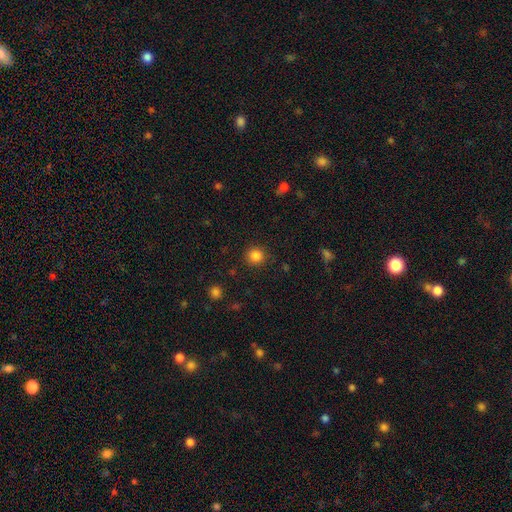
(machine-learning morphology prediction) Smooth or featured?
  - smooth: 84% *
  - star or artifact: 12%
  - featured or disk: 4%
How rounded?
  - round: 92% *
  - in between: 7%
  - cigar-shaped: 1%
Merging?
  - none: 89% *
  - minor disturbance: 7%
  - major disturbance: 3%
  - merger: 1%